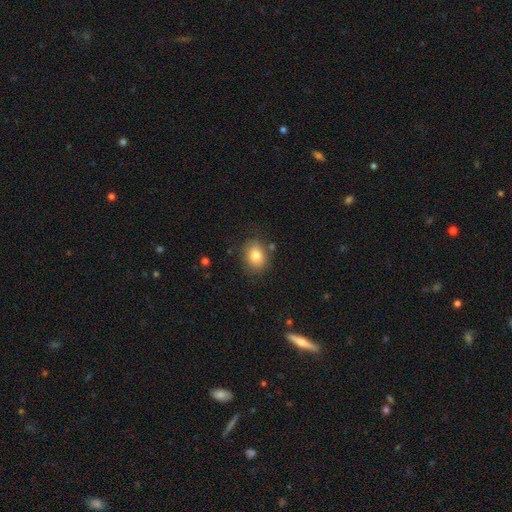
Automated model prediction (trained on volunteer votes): smooth 80%, featured or disk 10%, star or artifact 10%. Down the decision tree: how rounded — in between (53%); merging — none (79%).